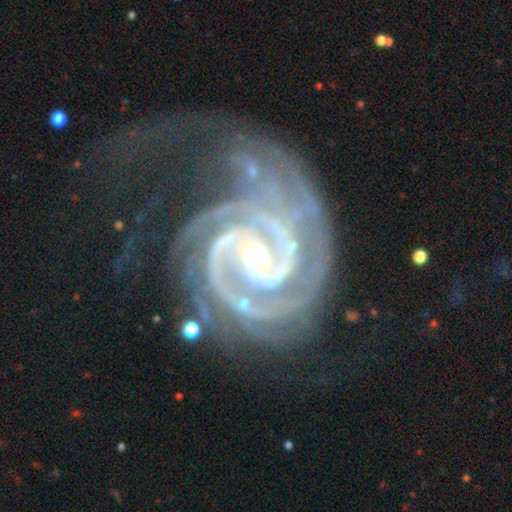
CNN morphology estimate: Smooth or featured?
  - featured or disk: 93% *
  - star or artifact: 4%
  - smooth: 2%
Edge-on disk?
  - no: 98% *
  - yes: 2%
Bar?
  - no: 46% *
  - weak: 31%
  - strong: 22%
Spiral arms?
  - yes: 99% *
  - no: 1%
Spiral winding?
  - tight: 73% *
  - medium: 23%
  - loose: 4%
Spiral arm count?
  - 2: 39% *
  - 3: 22%
  - can't tell: 13%
  - 4: 11%
  - more than 4: 8%
  - 1: 8%
Bulge size?
  - moderate: 48% *
  - small: 47%
  - large: 3%
  - none: 1%
  - dominant: 1%
Merging?
  - major disturbance: 36% *
  - none: 35%
  - minor disturbance: 24%
  - merger: 6%